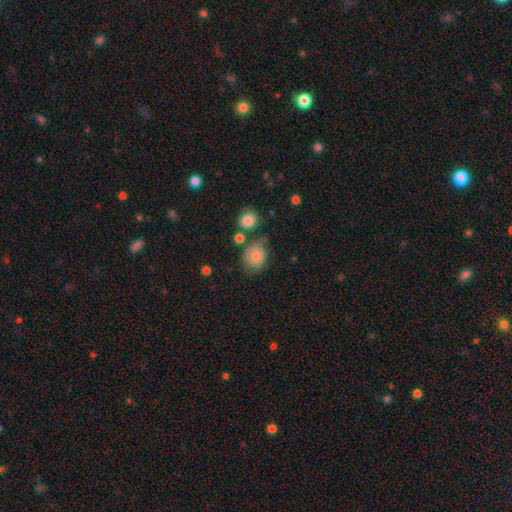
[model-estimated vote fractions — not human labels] Smooth or featured?
  - smooth: 79% *
  - featured or disk: 11%
  - star or artifact: 10%
How rounded?
  - round: 67% *
  - in between: 32%
  - cigar-shaped: 1%
Merging?
  - none: 58% *
  - minor disturbance: 23%
  - merger: 11%
  - major disturbance: 8%